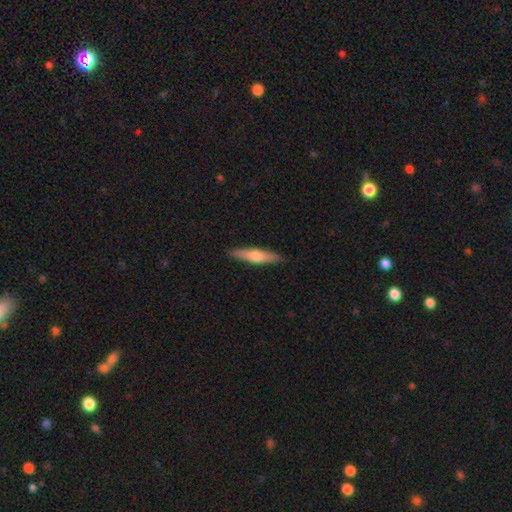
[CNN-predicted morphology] Smooth or featured? featured or disk (48%)
Merging? none (90%)